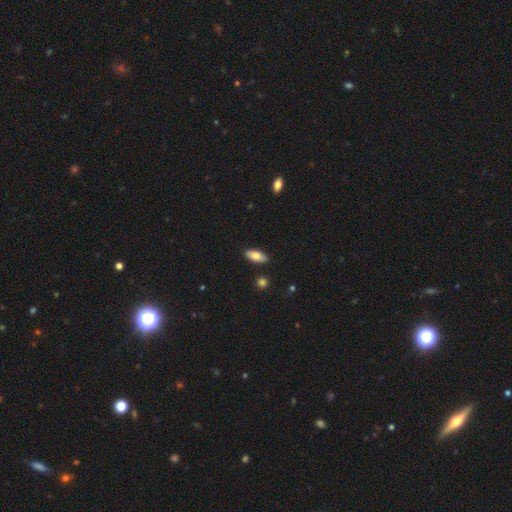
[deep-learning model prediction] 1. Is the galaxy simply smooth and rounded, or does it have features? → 79% smooth, 15% featured or disk, 7% star or artifact.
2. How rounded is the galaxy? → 84% in between, 14% cigar-shaped, 3% round.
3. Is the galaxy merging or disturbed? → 88% none, 9% minor disturbance, 2% major disturbance, 2% merger.